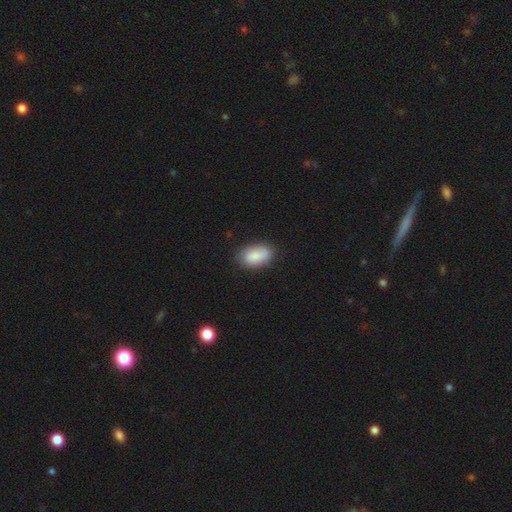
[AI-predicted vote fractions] A smooth galaxy with no disk features (75%) that is in between round and cigar-shaped (90%).

Vote fractions:
- Smooth or featured? smooth: 75% / featured or disk: 18% / star or artifact: 7%
- How rounded? in between: 90% / round: 9% / cigar-shaped: 2%
- Merging? none: 74% / minor disturbance: 19% / major disturbance: 4% / merger: 2%